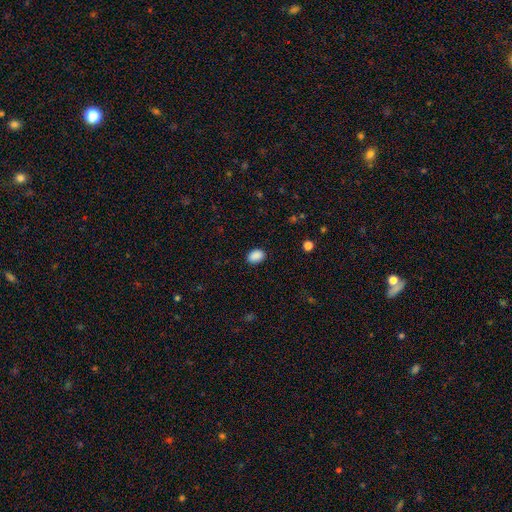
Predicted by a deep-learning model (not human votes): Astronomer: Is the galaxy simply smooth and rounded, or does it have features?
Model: smooth — 89%.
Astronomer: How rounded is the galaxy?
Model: in between — 80%.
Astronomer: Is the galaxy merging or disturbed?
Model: none — 88%.